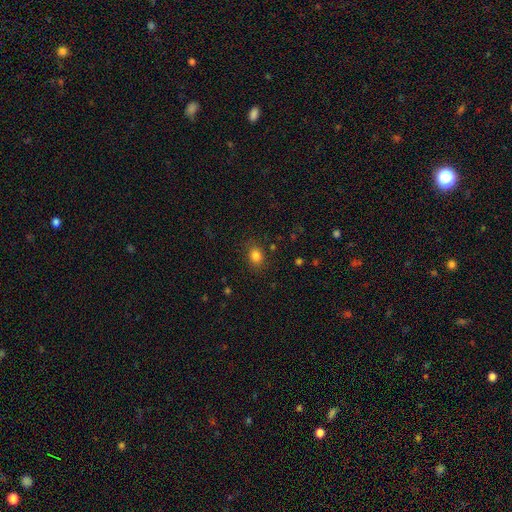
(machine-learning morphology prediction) smooth 83%, star or artifact 12%, featured or disk 5%. Down the decision tree: how rounded — in between (59%); merging — none (84%).